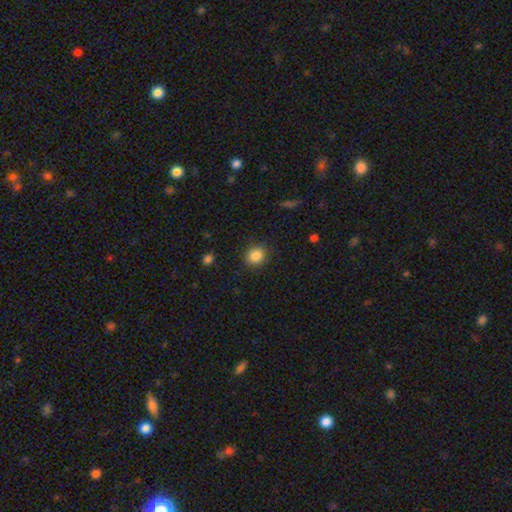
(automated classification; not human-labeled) Smooth or featured: smooth — 86% (star or artifact — 10%)
How rounded: round — 75% (in between — 24%)
Merging: none — 87% (minor disturbance — 9%)